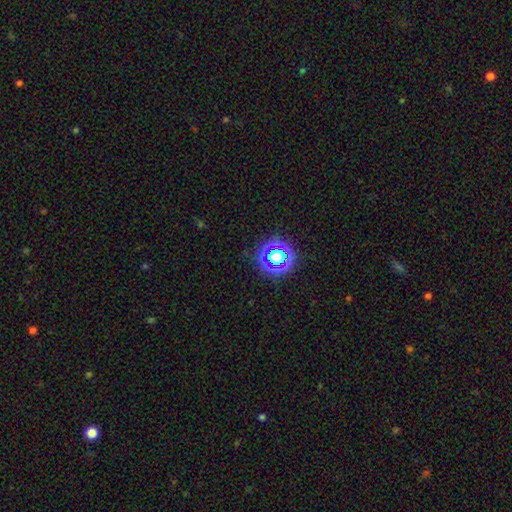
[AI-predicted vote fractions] Smooth or featured? star or artifact (73%)